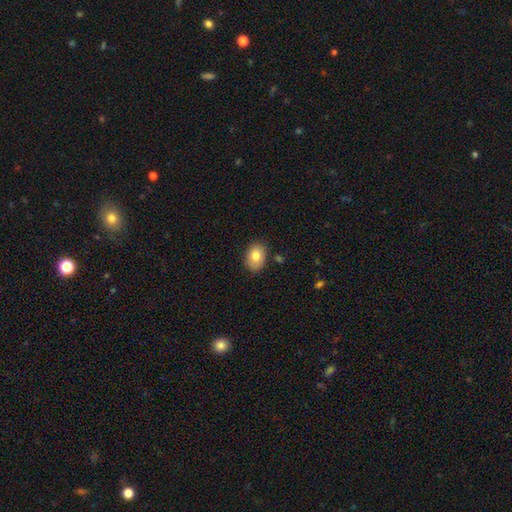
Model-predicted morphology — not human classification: Overall: smooth (80%). How rounded: in between (75%). Merging: none (81%).